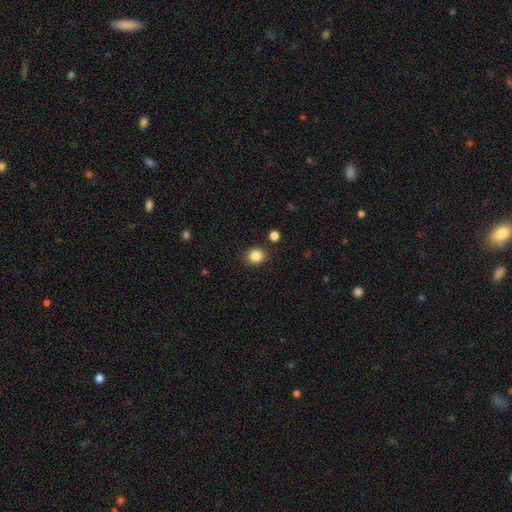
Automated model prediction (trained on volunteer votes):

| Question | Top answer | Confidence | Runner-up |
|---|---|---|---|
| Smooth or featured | smooth | 86% | star or artifact (10%) |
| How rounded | round | 76% | in between (24%) |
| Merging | none | 87% | minor disturbance (8%) |